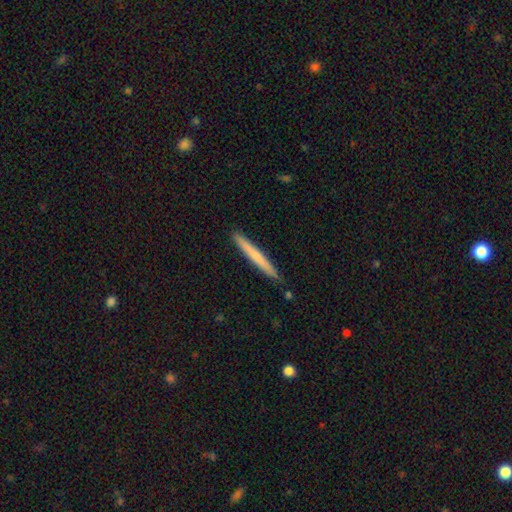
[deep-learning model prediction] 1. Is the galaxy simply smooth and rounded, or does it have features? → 66% smooth, 29% featured or disk, 5% star or artifact.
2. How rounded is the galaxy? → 97% cigar-shaped, 2% in between, 1% round.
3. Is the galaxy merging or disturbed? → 90% none, 7% minor disturbance, 1% merger, 1% major disturbance.